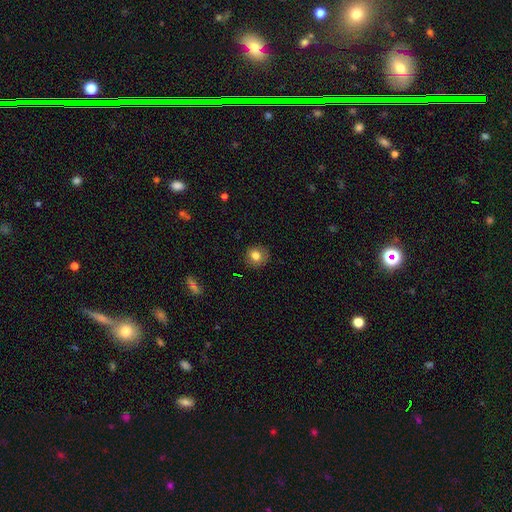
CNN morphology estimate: type=smooth (79%); roundness=round (86%); merging=none (86%).